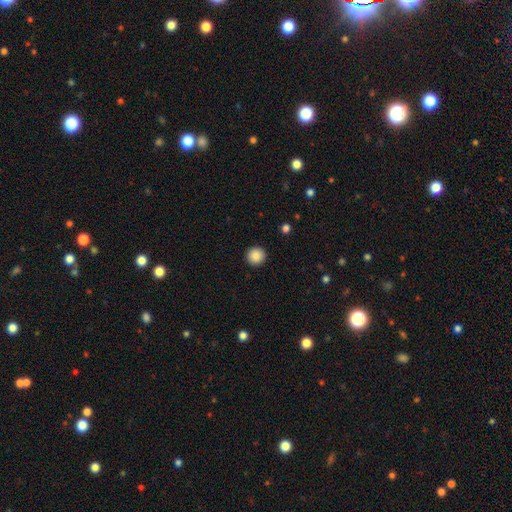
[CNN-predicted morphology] Smooth or featured: smooth — 87% (star or artifact — 9%)
How rounded: round — 94% (in between — 5%)
Merging: none — 93% (minor disturbance — 5%)